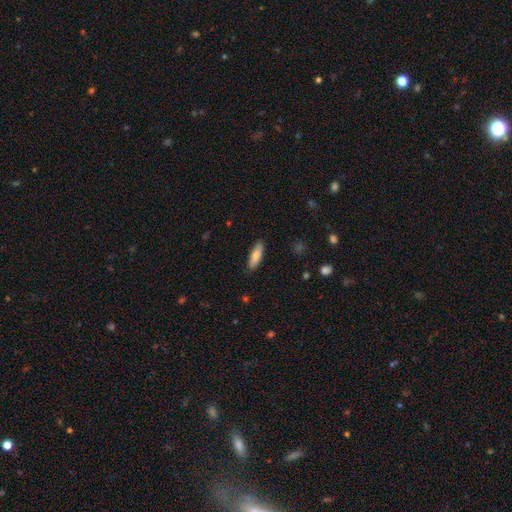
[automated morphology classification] Smooth or featured: smooth — 83% (featured or disk — 12%)
How rounded: in between — 51% (cigar-shaped — 47%)
Merging: none — 86% (minor disturbance — 10%)